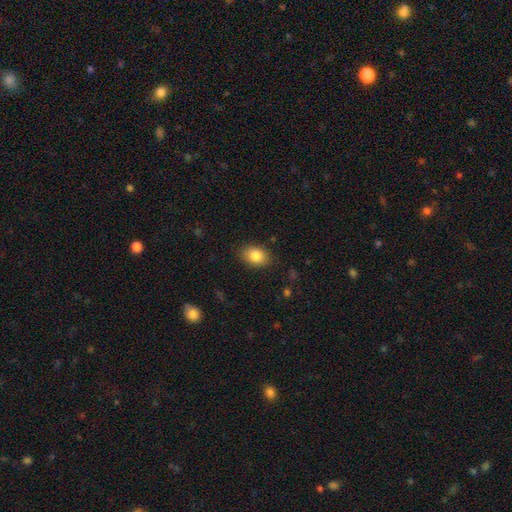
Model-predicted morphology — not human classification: Smooth or featured: smooth — 85% (star or artifact — 8%)
How rounded: in between — 74% (round — 25%)
Merging: none — 86% (minor disturbance — 10%)